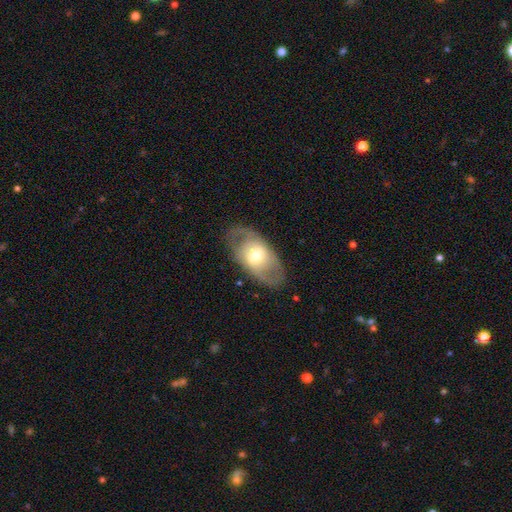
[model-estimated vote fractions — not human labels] Smooth or featured? Predicted: featured or disk (p=0.56). Edge-on disk? Predicted: no (p=0.89). Bar? Predicted: no (p=0.66). Spiral arms? Predicted: yes (p=0.54). Bulge size? Predicted: moderate (p=0.62). Merging? Predicted: none (p=0.76).